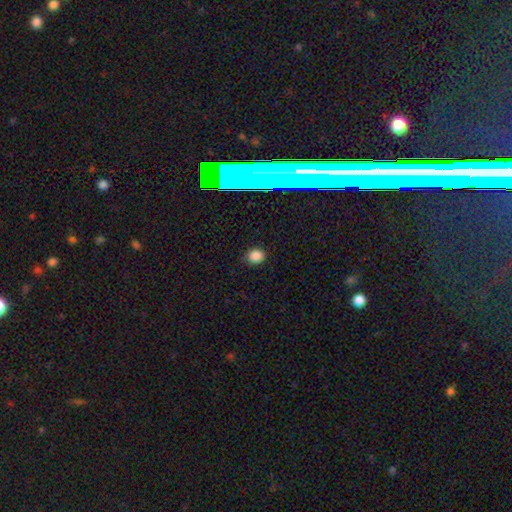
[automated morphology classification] Smooth or featured: smooth — 84% (star or artifact — 13%)
How rounded: round — 75% (in between — 24%)
Merging: none — 88% (minor disturbance — 9%)